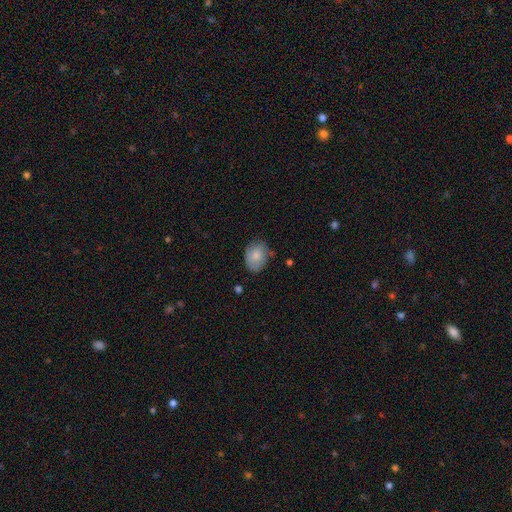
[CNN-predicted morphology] Smooth or featured? smooth (77%)
How rounded? in between (68%)
Merging? none (65%)